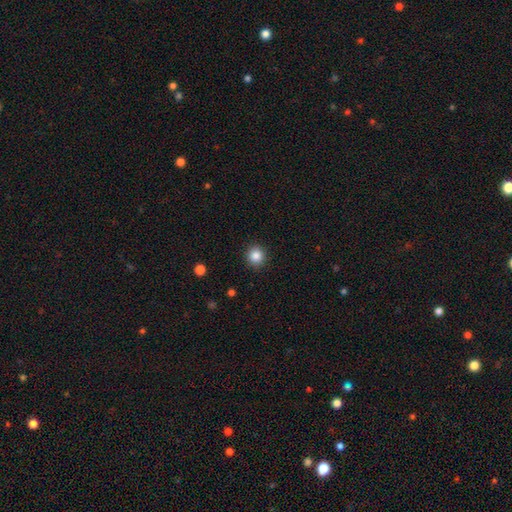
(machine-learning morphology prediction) smooth-or-featured: smooth: 86% | star or artifact: 10% | featured or disk: 4%
  how-rounded: round: 92% | in between: 7% | cigar-shaped: 1%
  merging: none: 91% | minor disturbance: 6% | major disturbance: 2% | merger: 1%